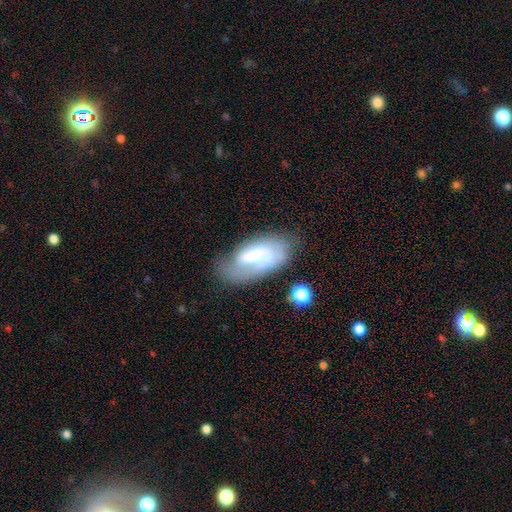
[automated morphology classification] Smooth or featured? Predicted: featured or disk (p=0.60). Edge-on disk? Predicted: no (p=0.92). Bar? Predicted: weak (p=0.46). Spiral arms? Predicted: yes (p=0.76). Bulge size? Predicted: moderate (p=0.40). Merging? Predicted: none (p=0.57).